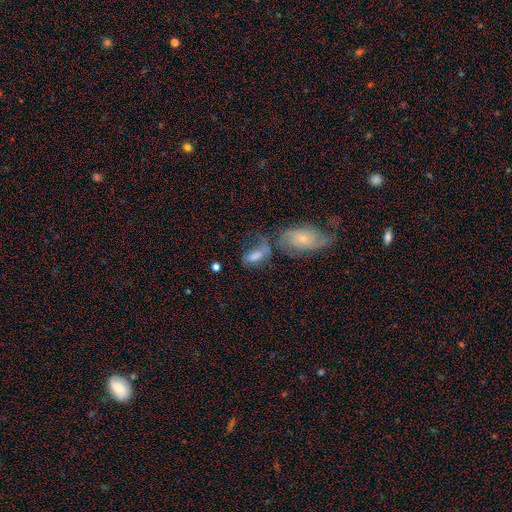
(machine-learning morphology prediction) Q: Smooth or featured?
A: smooth (57%); runner-up: featured or disk (32%)
Q: How rounded?
A: in between (86%); runner-up: cigar-shaped (8%)
Q: Merging?
A: merger (36%); runner-up: none (27%)